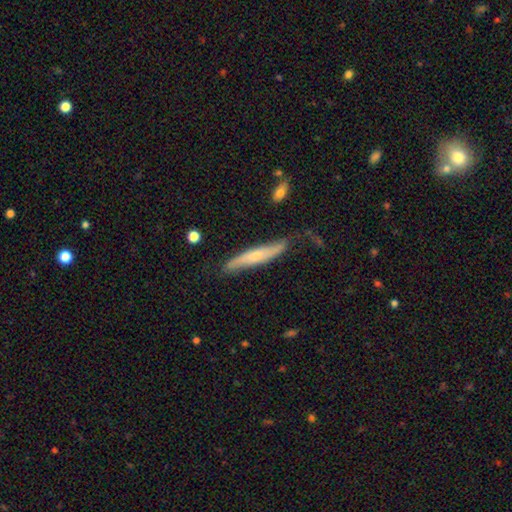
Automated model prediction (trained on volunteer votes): Smooth or featured? featured or disk (47%, tied with smooth)
Merging? none (69%)